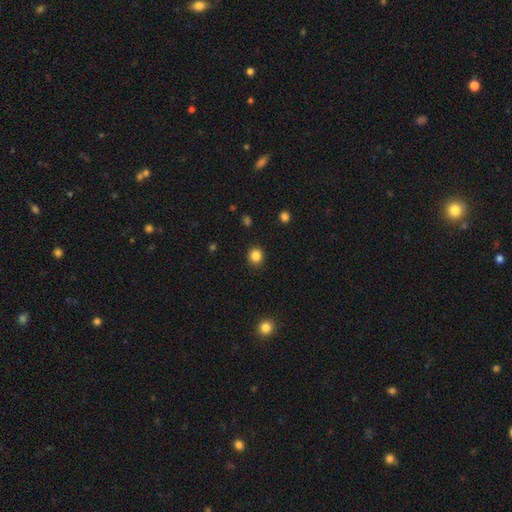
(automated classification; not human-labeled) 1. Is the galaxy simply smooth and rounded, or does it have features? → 85% smooth, 11% star or artifact, 4% featured or disk.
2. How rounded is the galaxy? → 83% round, 16% in between, 1% cigar-shaped.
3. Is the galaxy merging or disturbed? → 90% none, 6% minor disturbance, 2% major disturbance, 1% merger.